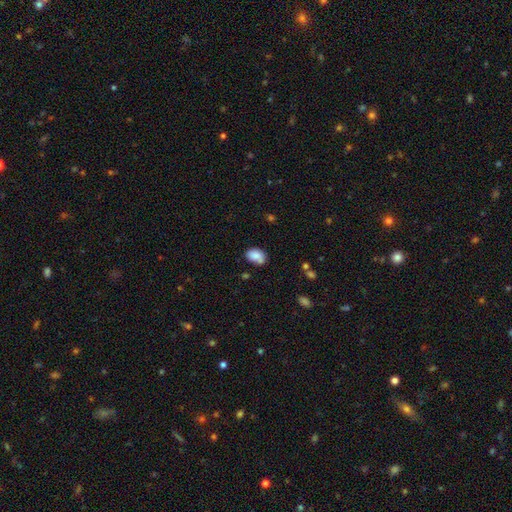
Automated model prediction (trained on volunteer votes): smooth-or-featured: smooth: 83% | featured or disk: 9% | star or artifact: 8%
  how-rounded: in between: 81% | round: 17% | cigar-shaped: 1%
  merging: none: 59% | minor disturbance: 24% | merger: 11% | major disturbance: 6%